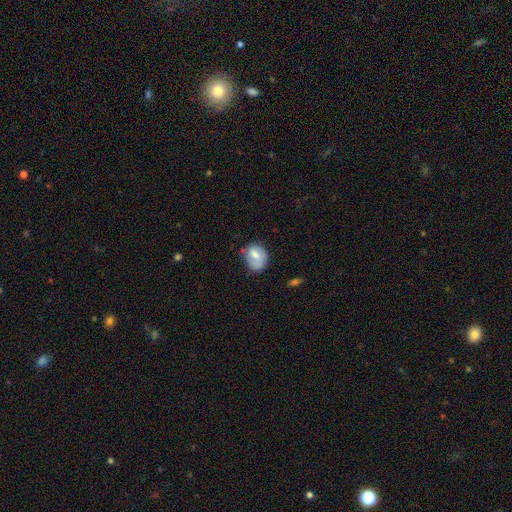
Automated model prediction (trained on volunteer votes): This appears to be a smooth galaxy with no disk features (67%) that is in between round and cigar-shaped (54%). Merging: none (49%).